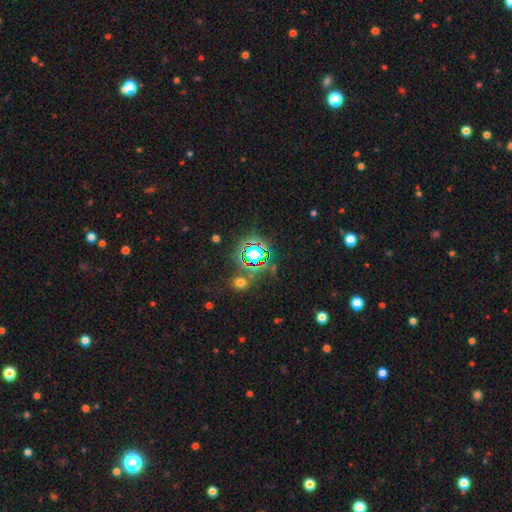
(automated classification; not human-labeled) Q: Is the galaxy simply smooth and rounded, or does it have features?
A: star or artifact — 69%.